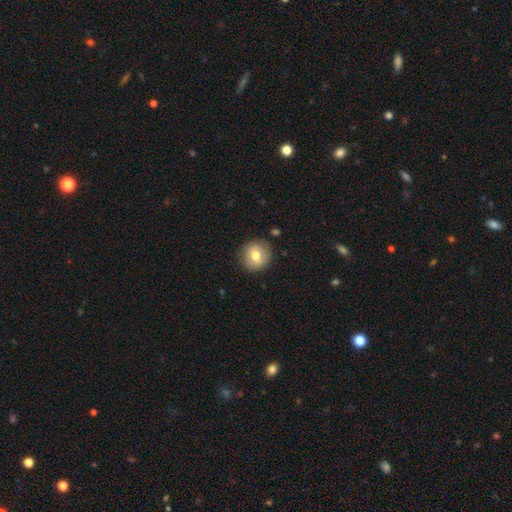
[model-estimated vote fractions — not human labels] Smooth or featured? smooth (71%)
How rounded? round (90%)
Merging? none (86%)